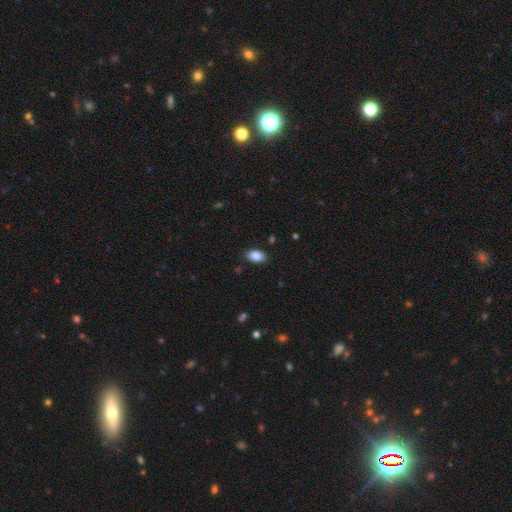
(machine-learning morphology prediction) The model was most divided on "merging": none: 86%, minor disturbance: 10%, major disturbance: 2%, merger: 1%. More confident: how rounded — in between (91%); smooth or featured — smooth (87%).